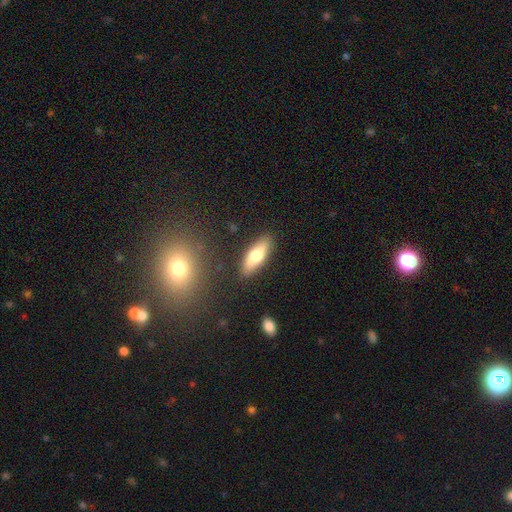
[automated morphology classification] Smooth or featured: smooth — 71% (featured or disk — 23%)
How rounded: in between — 65% (cigar-shaped — 33%)
Merging: none — 86% (minor disturbance — 10%)